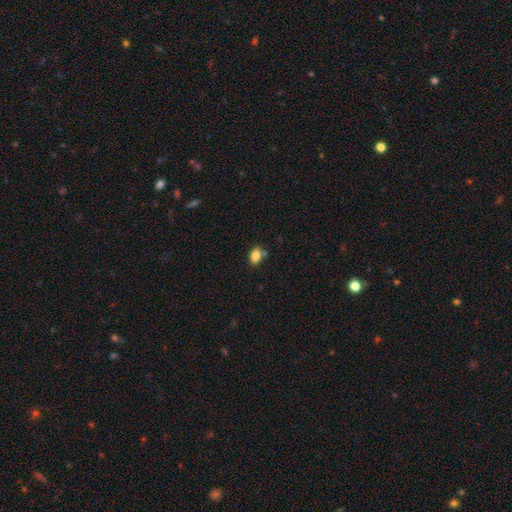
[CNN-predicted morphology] This appears to be a smooth galaxy with no disk features (85%) that is in between round and cigar-shaped (83%). Merging: none (71%).